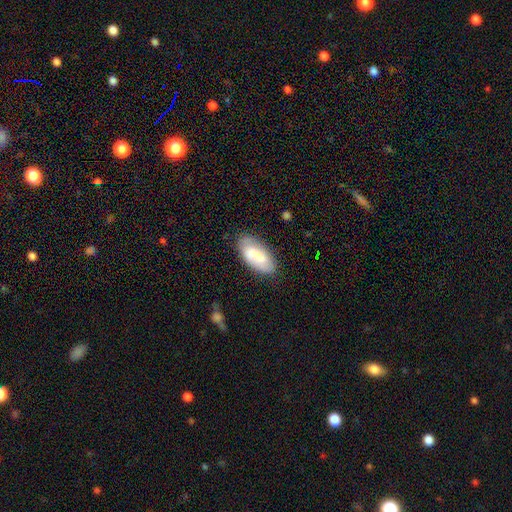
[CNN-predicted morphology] Smooth or featured: smooth — 74% (featured or disk — 19%)
How rounded: in between — 91% (cigar-shaped — 6%)
Merging: none — 72% (minor disturbance — 20%)